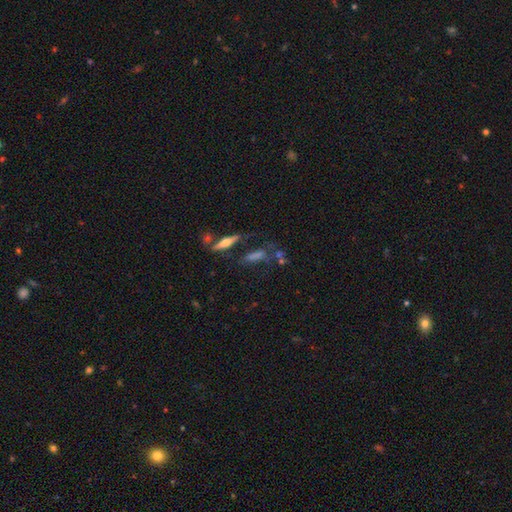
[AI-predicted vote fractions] smooth_or_featured: featured or disk (p=0.50) [alt: smooth p=0.30]
merging: none (p=0.52) [alt: merger p=0.17]